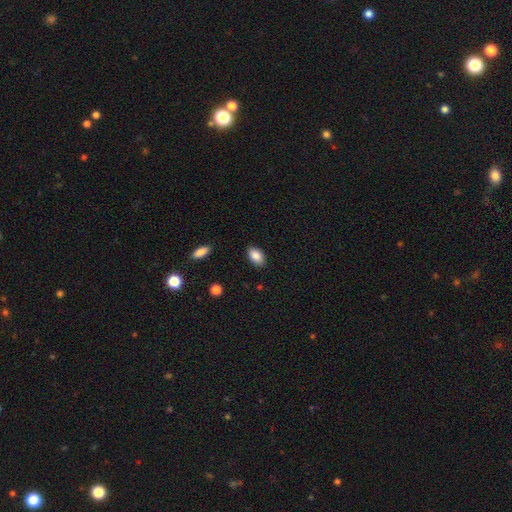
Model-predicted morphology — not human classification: Overall: smooth (87%). How rounded: in between (91%). Merging: none (86%).